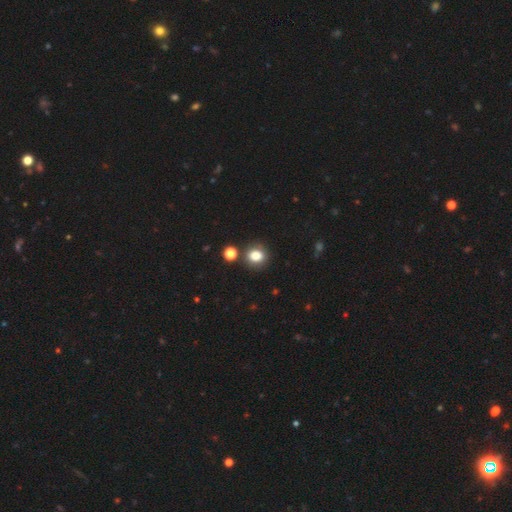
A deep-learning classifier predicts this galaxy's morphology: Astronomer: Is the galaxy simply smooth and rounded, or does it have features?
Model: smooth — 81%.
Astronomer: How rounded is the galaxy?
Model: round — 69%.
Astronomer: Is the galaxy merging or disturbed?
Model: none — 77%.